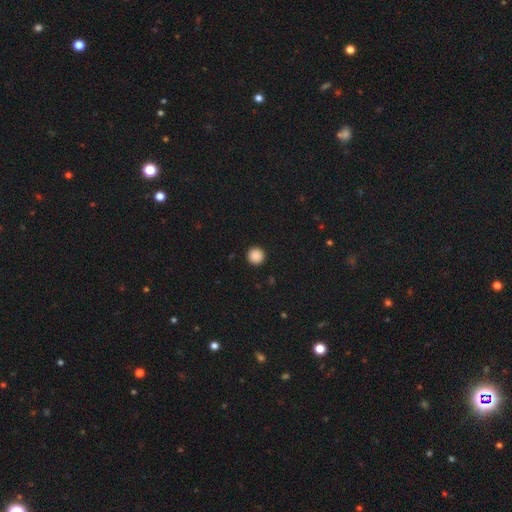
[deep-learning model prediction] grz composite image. It shows a smooth galaxy with no disk features (88%) that is round (96%). Merging: none (93%).